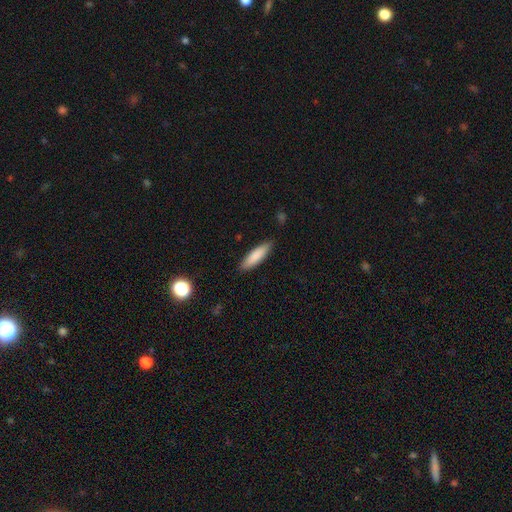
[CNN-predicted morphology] smooth_or_featured: smooth (p=0.85) [alt: featured or disk p=0.09]
how_rounded: cigar-shaped (p=0.63) [alt: in between p=0.36]
merging: none (p=0.87) [alt: minor disturbance p=0.10]